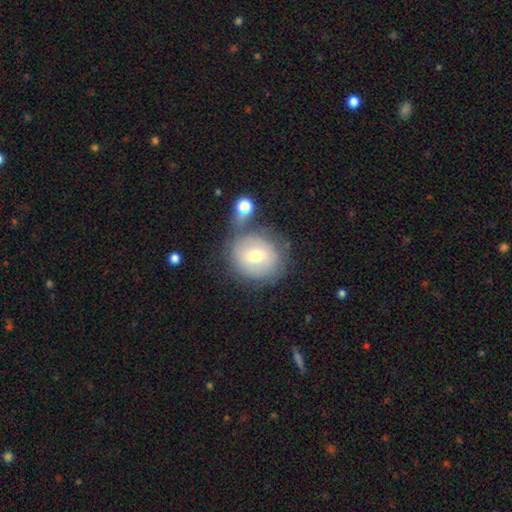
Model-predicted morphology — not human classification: This appears to be a smooth galaxy with no disk features (60%) that is round (81%). Merging: none (54%).